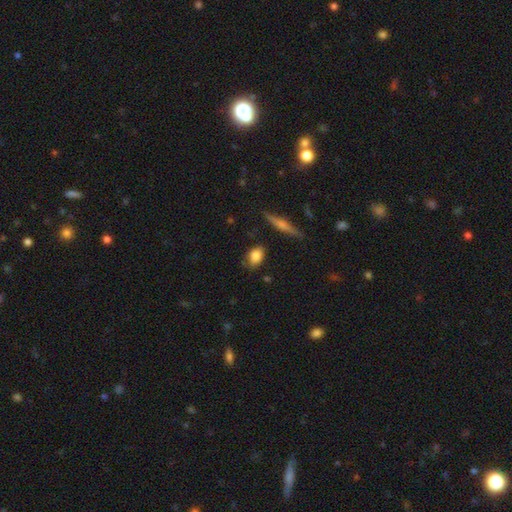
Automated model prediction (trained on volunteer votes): smooth_or_featured: smooth (p=0.83) [alt: featured or disk p=0.09]
how_rounded: in between (p=0.76) [alt: round p=0.20]
merging: none (p=0.71) [alt: minor disturbance p=0.22]